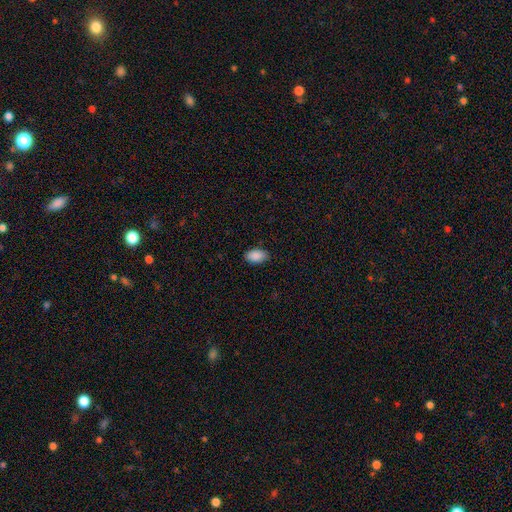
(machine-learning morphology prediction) Smooth or featured? smooth (90%)
How rounded? in between (94%)
Merging? none (86%)